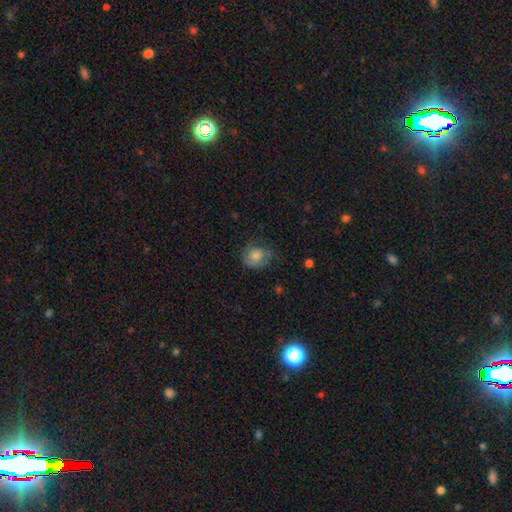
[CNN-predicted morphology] smooth 71%, featured or disk 18%, star or artifact 11%. Down the decision tree: how rounded — round (59%); merging — none (58%).